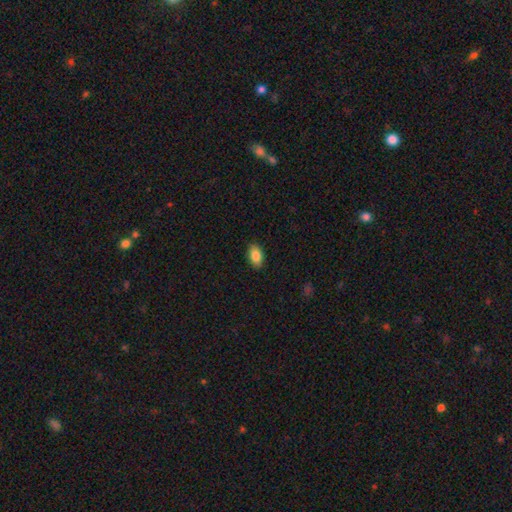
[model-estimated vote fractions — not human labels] Q: Smooth or featured?
A: smooth (85%); runner-up: featured or disk (7%)
Q: How rounded?
A: in between (91%); runner-up: round (6%)
Q: Merging?
A: none (89%); runner-up: minor disturbance (9%)